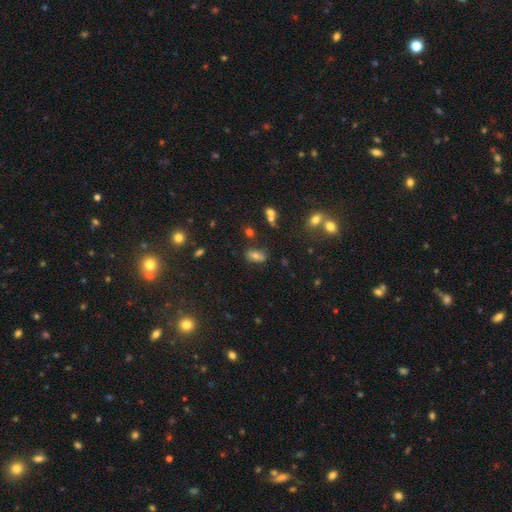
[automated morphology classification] Smooth or featured? smooth (66%)
How rounded? in between (84%)
Merging? none (72%)